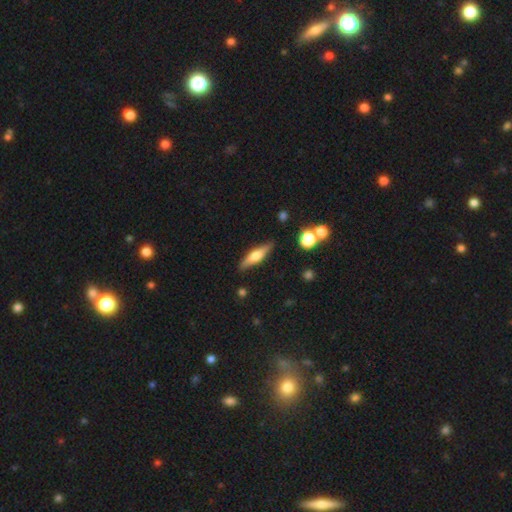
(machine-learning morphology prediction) Smooth or featured?
  - featured or disk: 53% *
  - smooth: 40%
  - star or artifact: 7%
Edge-on disk?
  - yes: 94% *
  - no: 6%
Merging?
  - none: 86% *
  - minor disturbance: 9%
  - major disturbance: 2%
  - merger: 2%